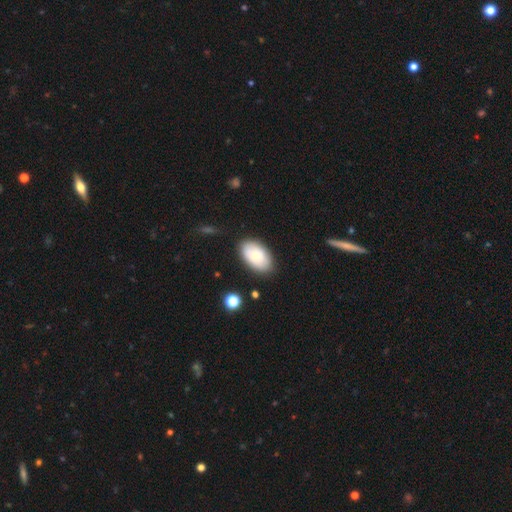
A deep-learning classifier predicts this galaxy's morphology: Smooth or featured: smooth — 75% (featured or disk — 18%)
How rounded: in between — 93% (round — 5%)
Merging: none — 83% (minor disturbance — 13%)